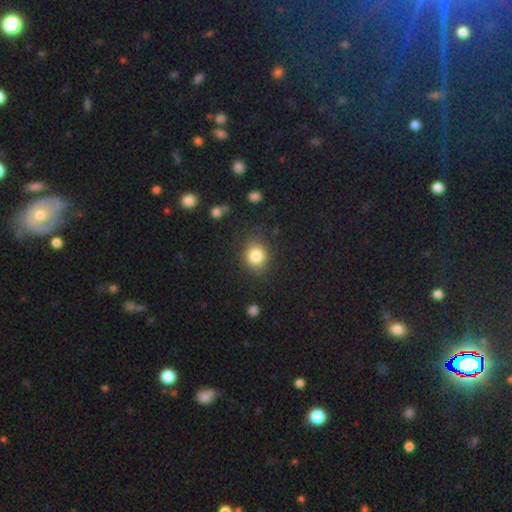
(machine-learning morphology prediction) Overall: smooth (83%). How rounded: round (75%). Merging: none (82%).